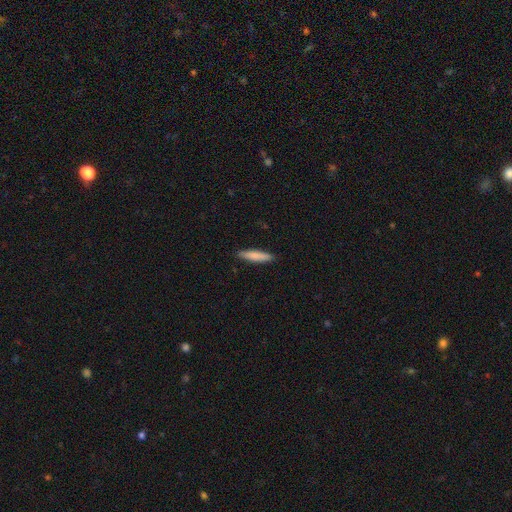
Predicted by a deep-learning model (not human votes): The model was most divided on "smooth or featured": smooth: 82%, featured or disk: 12%, star or artifact: 6%. More confident: merging — none (89%); how rounded — cigar-shaped (85%).